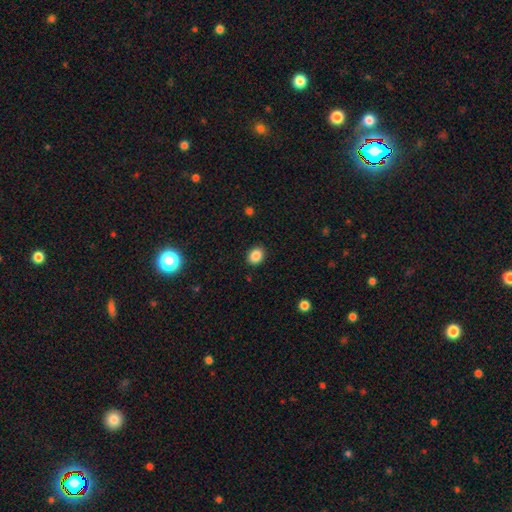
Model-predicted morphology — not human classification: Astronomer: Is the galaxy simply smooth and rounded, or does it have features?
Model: smooth — 87%.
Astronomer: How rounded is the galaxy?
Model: in between — 53% (runner-up: round, 46%).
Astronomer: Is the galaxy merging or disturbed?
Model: none — 89%.